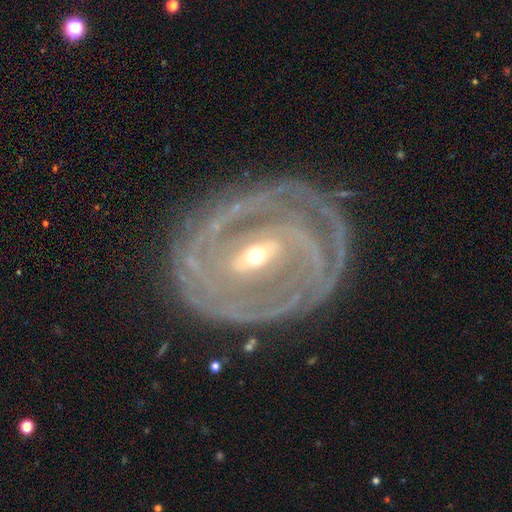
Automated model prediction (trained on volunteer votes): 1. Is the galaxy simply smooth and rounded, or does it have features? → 88% featured or disk, 6% smooth, 6% star or artifact.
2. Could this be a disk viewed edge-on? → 95% no, 5% yes.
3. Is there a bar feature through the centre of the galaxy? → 48% strong, 36% weak, 15% no.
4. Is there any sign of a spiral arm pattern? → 92% yes, 8% no.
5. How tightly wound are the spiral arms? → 79% tight, 17% medium, 4% loose.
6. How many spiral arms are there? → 30% can't tell, 29% 2, 17% 3, 10% 4, 7% more than 4, 7% 1.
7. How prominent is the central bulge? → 60% small, 37% moderate, 2% large, 1% none, 1% dominant.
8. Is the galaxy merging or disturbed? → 75% none, 16% minor disturbance, 7% major disturbance, 2% merger.